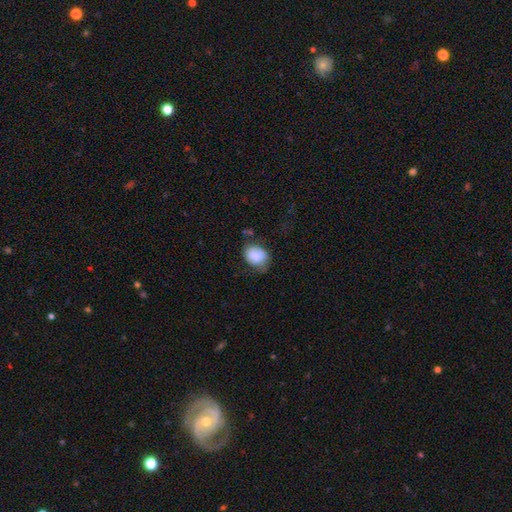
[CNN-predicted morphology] Smooth or featured? smooth (74%)
How rounded? in between (51%)
Merging? none (54%)